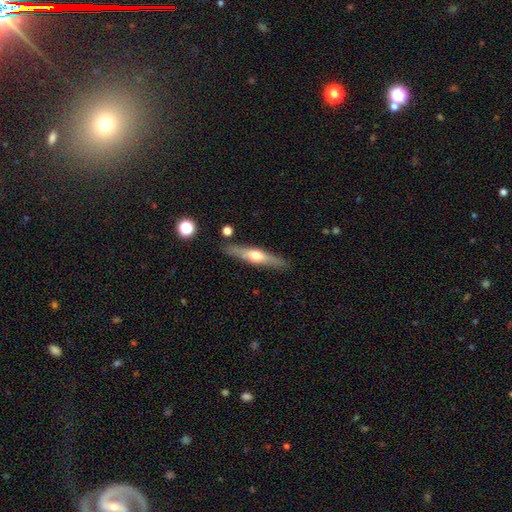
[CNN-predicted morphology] A featured or disk galaxy (60%) viewed edge-on (94%) with a rounded central bulge (92%).

Vote fractions:
- Smooth or featured? featured or disk: 60% / smooth: 34% / star or artifact: 6%
- Edge-on disk? yes: 94% / no: 6%
- Edge-on bulge? rounded: 92% / none: 5% / boxy: 3%
- Merging? none: 86% / minor disturbance: 9% / merger: 3% / major disturbance: 2%